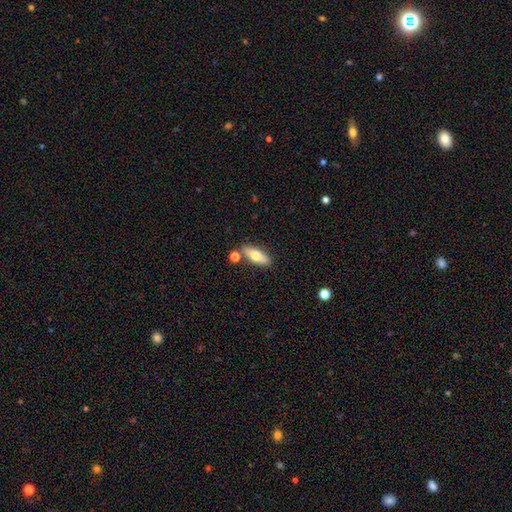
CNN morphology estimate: smooth_or_featured: smooth (p=0.63) [alt: featured or disk p=0.30]
how_rounded: in between (p=0.64) [alt: cigar-shaped p=0.32]
merging: none (p=0.77) [alt: minor disturbance p=0.11]